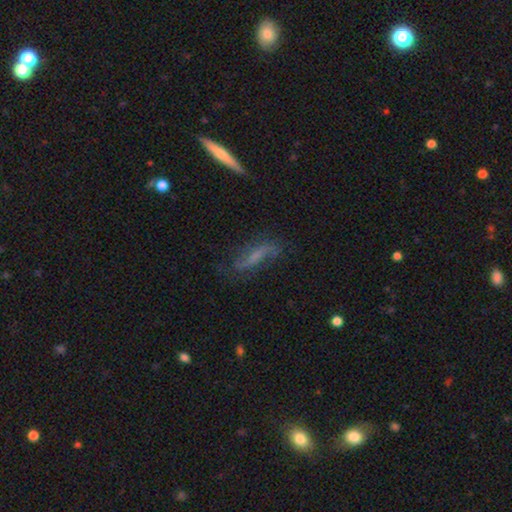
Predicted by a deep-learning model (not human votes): This appears to be a featured or disk galaxy (61%). Merging: none (67%).